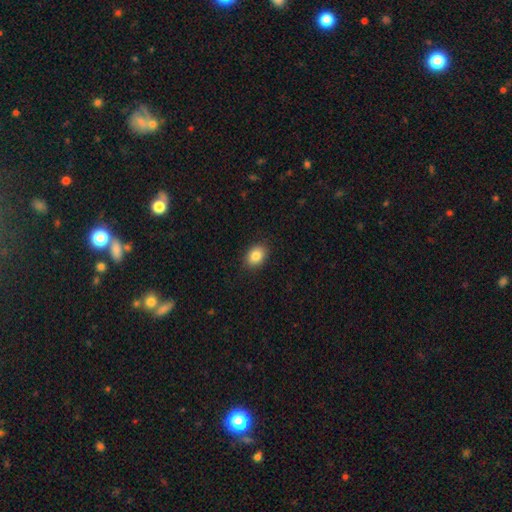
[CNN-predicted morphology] A smooth galaxy with no disk features (86%) that is in between round and cigar-shaped (74%). Merging: none (89%).